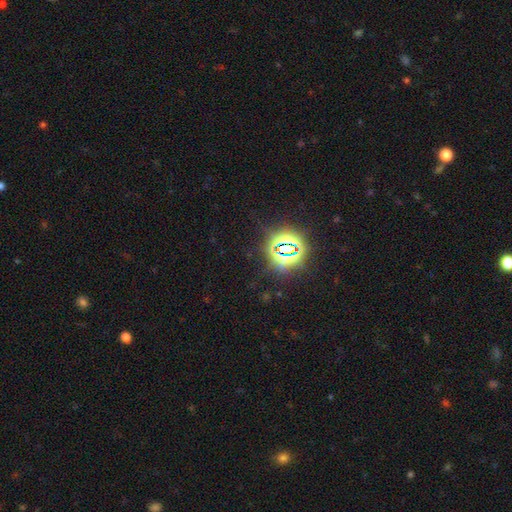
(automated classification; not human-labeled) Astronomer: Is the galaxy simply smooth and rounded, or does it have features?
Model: star or artifact — 84%.